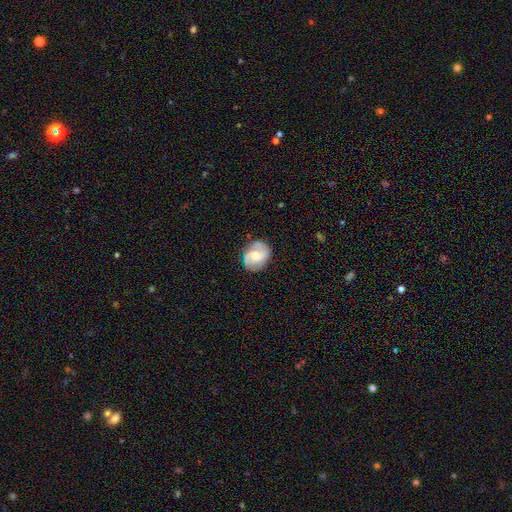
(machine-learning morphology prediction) type=featured or disk (70%); edge-on=no (98%); bar=no (53%); spiral arms=yes (92%); winding=medium (47%); arm count=2 (68%); bulge=moderate (49%); merging=none (76%).